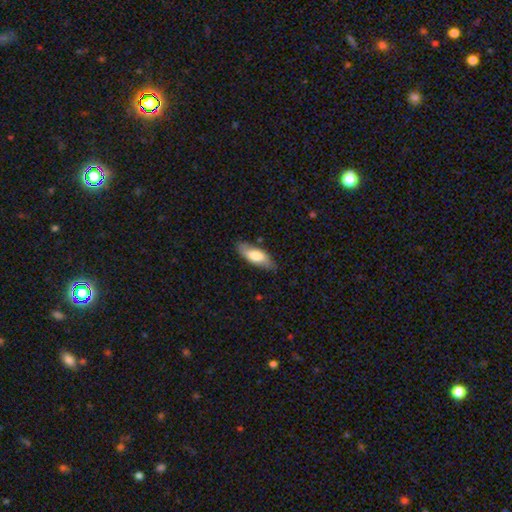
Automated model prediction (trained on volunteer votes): A smooth galaxy with no disk features (71%) that is in between round and cigar-shaped (73%). Merging: none (81%).